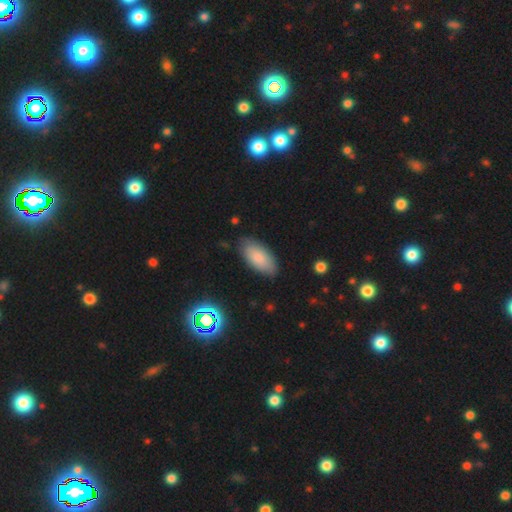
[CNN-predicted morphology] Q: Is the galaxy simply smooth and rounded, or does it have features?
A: smooth — 82%.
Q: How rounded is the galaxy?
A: in between — 92%.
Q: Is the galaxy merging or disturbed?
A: none — 83%.